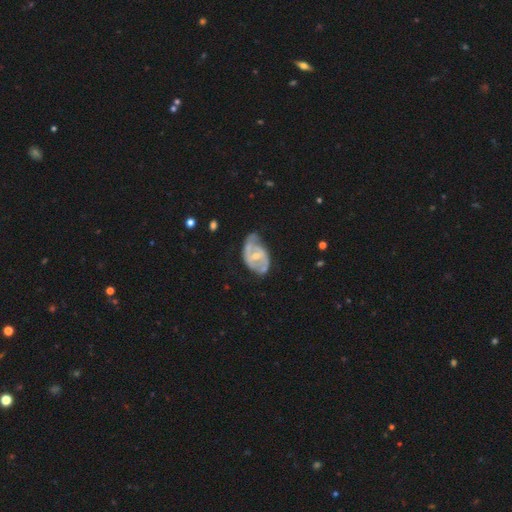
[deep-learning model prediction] Smooth or featured? featured or disk (76%)
Edge-on disk? no (96%)
Bar? weak (44%)
Spiral arms? yes (73%)
Spiral winding? medium (41%)
Spiral arm count? 2 (62%)
Bulge size? moderate (49%)
Merging? none (43%)